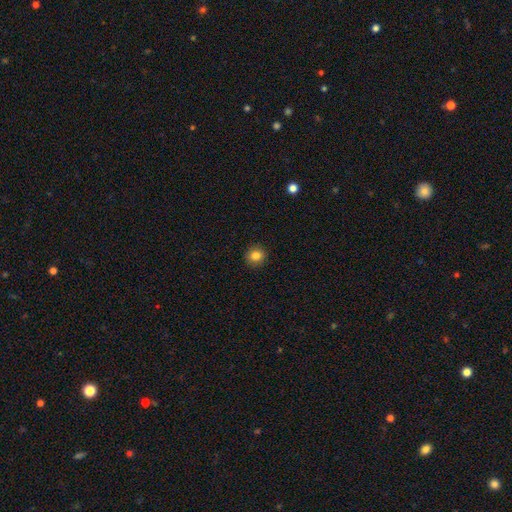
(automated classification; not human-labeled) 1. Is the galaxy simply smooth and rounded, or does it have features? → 84% smooth, 10% star or artifact, 6% featured or disk.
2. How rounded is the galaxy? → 87% round, 12% in between, 1% cigar-shaped.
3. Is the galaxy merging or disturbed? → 91% none, 6% minor disturbance, 2% major disturbance, 1% merger.